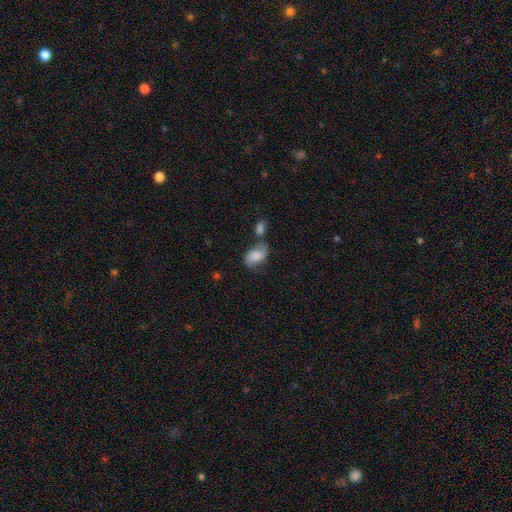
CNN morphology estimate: type=smooth (63%); roundness=in between (90%); merging=merger (37%).